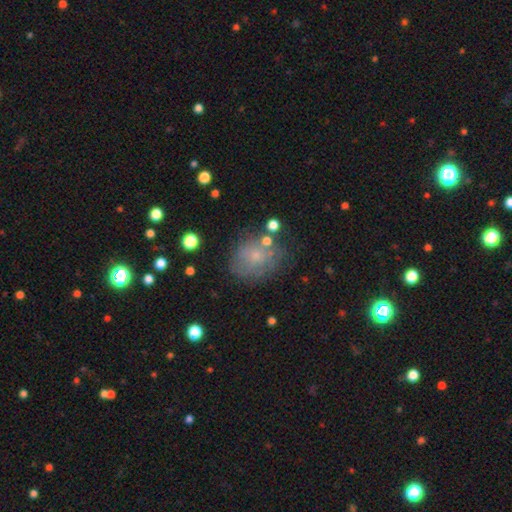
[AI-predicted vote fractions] Q: Smooth or featured?
A: smooth (60%); runner-up: featured or disk (27%)
Q: How rounded?
A: round (60%); runner-up: in between (39%)
Q: Merging?
A: none (62%); runner-up: minor disturbance (22%)